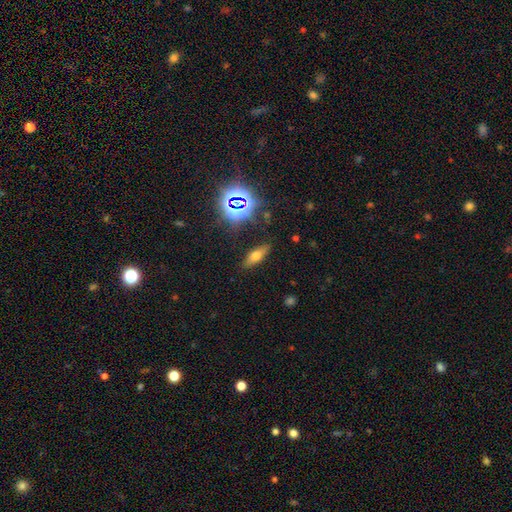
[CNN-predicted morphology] Smooth or featured?
  - smooth: 56% *
  - featured or disk: 26%
  - star or artifact: 18%
How rounded?
  - in between: 59% *
  - cigar-shaped: 35%
  - round: 6%
Merging?
  - none: 84% *
  - minor disturbance: 11%
  - major disturbance: 3%
  - merger: 2%